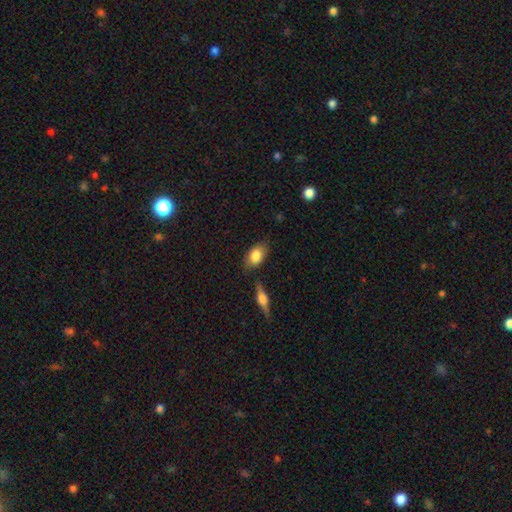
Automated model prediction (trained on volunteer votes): A smooth galaxy with no disk features (81%) that is in between round and cigar-shaped (87%).

Vote fractions:
- Smooth or featured? smooth: 81% / featured or disk: 12% / star or artifact: 6%
- How rounded? in between: 87% / round: 9% / cigar-shaped: 4%
- Merging? none: 76% / minor disturbance: 15% / merger: 6% / major disturbance: 4%